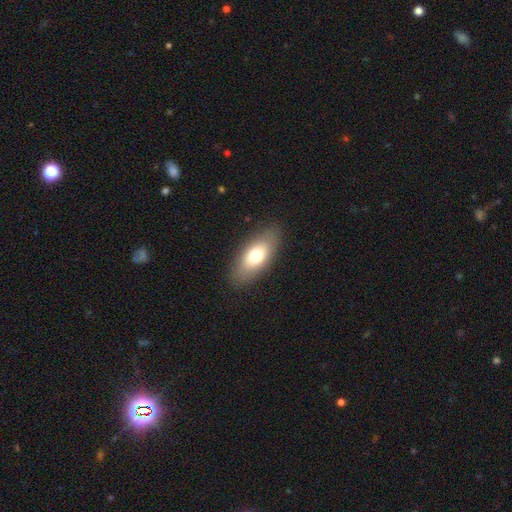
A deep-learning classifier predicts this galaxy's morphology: A smooth galaxy with no disk features (70%) that is in between round and cigar-shaped (86%). Merging: none (86%).